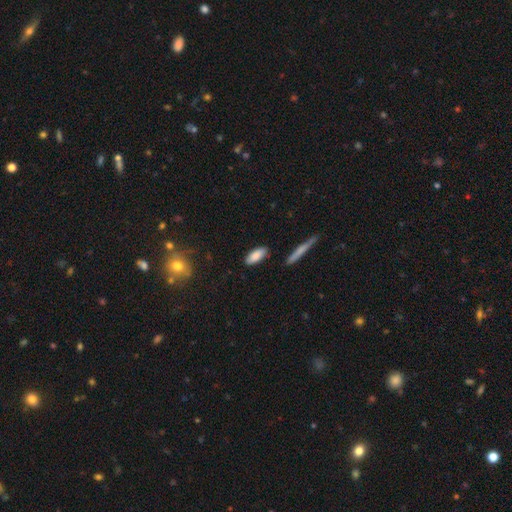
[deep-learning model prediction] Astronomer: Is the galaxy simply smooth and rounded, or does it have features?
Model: smooth — 86%.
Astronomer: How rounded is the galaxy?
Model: in between — 80%.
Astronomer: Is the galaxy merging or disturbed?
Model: none — 85%.